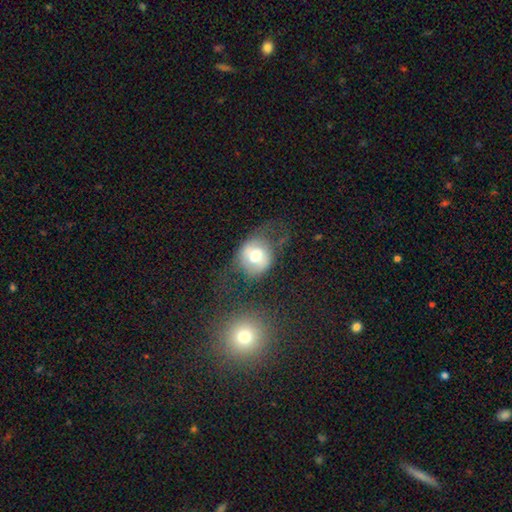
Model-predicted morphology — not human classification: Smooth or featured?
  - smooth: 52% *
  - featured or disk: 40%
  - star or artifact: 8%
How rounded?
  - round: 69% *
  - in between: 30%
  - cigar-shaped: 1%
Merging?
  - none: 50% *
  - major disturbance: 24%
  - minor disturbance: 21%
  - merger: 6%